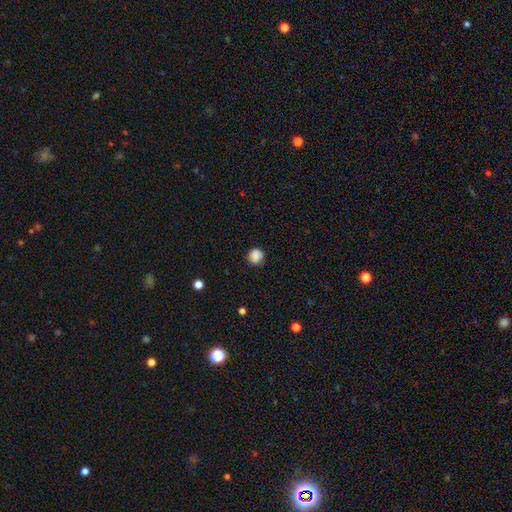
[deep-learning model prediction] smooth-or-featured: smooth: 86% | star or artifact: 10% | featured or disk: 4%
  how-rounded: round: 89% | in between: 11% | cigar-shaped: 1%
  merging: none: 83% | minor disturbance: 13% | major disturbance: 3% | merger: 1%